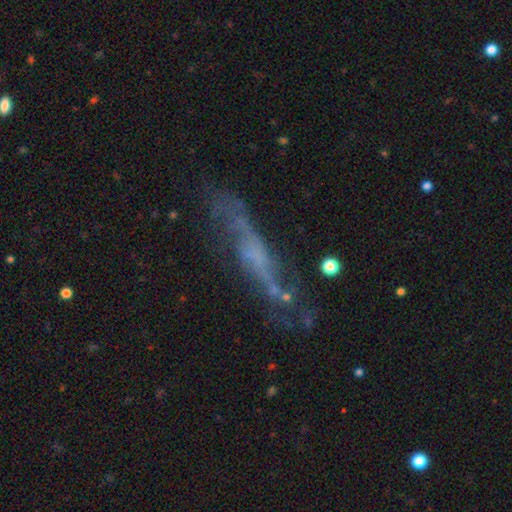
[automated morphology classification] This appears to be a featured or disk galaxy (66%). Merging: none (53%).